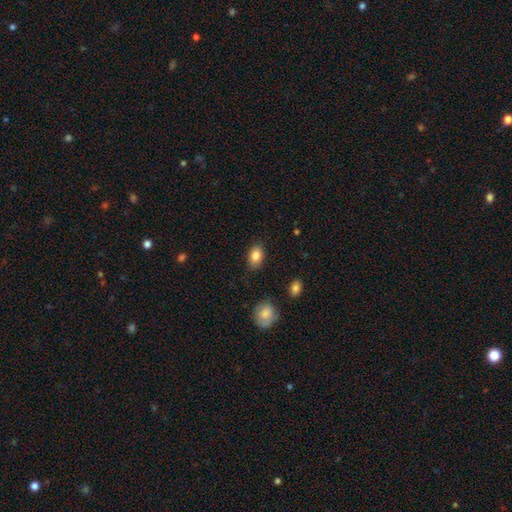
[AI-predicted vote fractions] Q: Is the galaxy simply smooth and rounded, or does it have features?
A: smooth — 86%.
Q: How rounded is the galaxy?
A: in between — 85%.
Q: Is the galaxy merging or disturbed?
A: none — 86%.